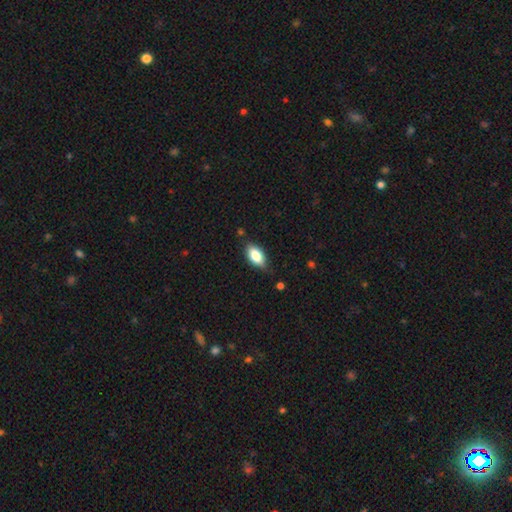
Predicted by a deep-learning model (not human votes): smooth 83%, featured or disk 10%, star or artifact 7%. Down the decision tree: how rounded — in between (91%); merging — none (77%).